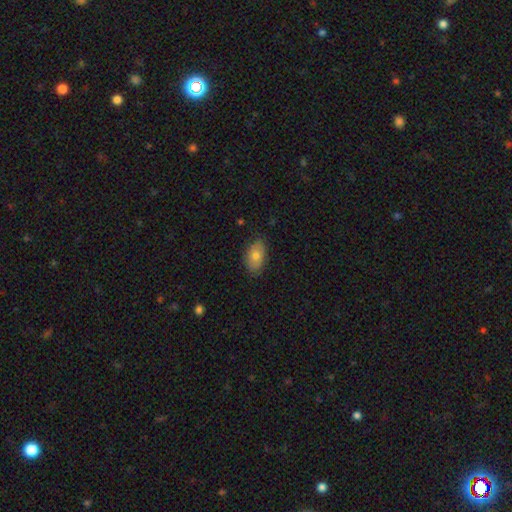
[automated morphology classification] A smooth galaxy with no disk features (72%) that is in between round and cigar-shaped (90%).

Vote fractions:
- Smooth or featured? smooth: 72% / featured or disk: 20% / star or artifact: 8%
- How rounded? in between: 90% / round: 8% / cigar-shaped: 2%
- Merging? none: 80% / minor disturbance: 17% / major disturbance: 3% / merger: 1%